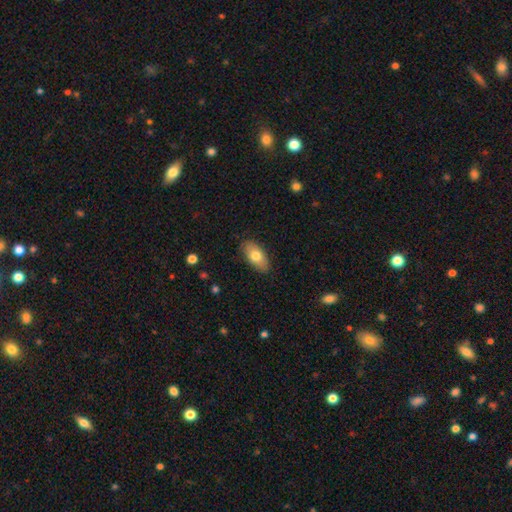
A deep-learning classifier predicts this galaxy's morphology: Smooth or featured? Predicted: smooth (p=0.74). How rounded? Predicted: in between (p=0.91). Merging? Predicted: none (p=0.86).